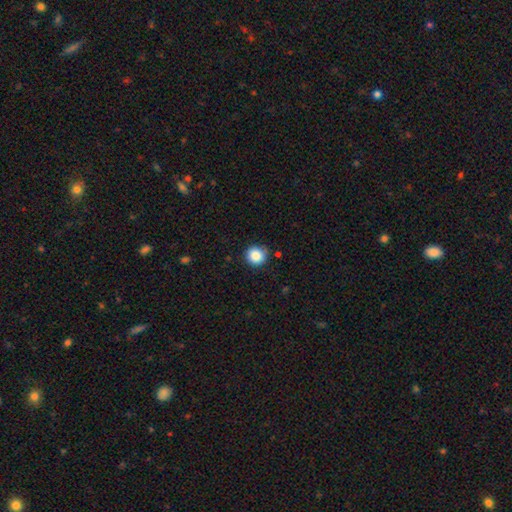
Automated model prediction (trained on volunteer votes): smooth_or_featured: smooth (p=0.86) [alt: star or artifact p=0.10]
how_rounded: round (p=0.93) [alt: in between p=0.06]
merging: none (p=0.85) [alt: minor disturbance p=0.11]